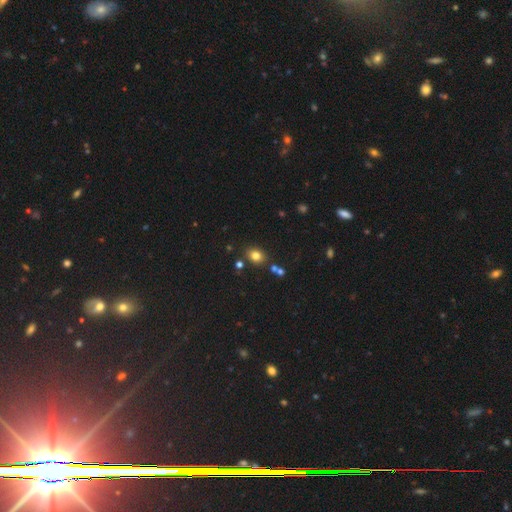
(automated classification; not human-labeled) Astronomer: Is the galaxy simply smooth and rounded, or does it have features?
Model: smooth — 79%.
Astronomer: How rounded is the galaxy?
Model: in between — 50% (runner-up: round, 49%).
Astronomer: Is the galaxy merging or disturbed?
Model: none — 78%.